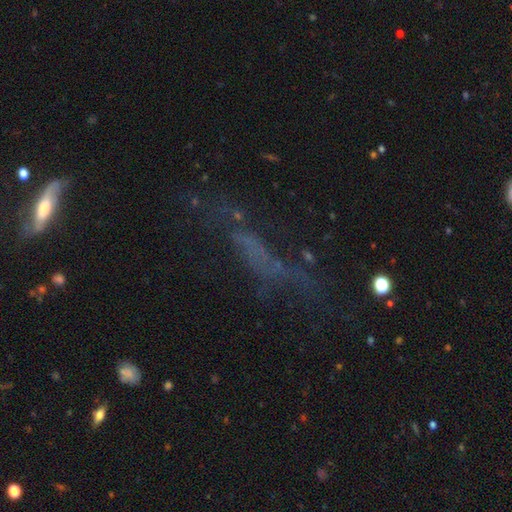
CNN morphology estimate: Smooth or featured?
  - featured or disk: 39% *
  - smooth: 34%
  - star or artifact: 27%
Merging?
  - none: 41% *
  - major disturbance: 32%
  - minor disturbance: 19%
  - merger: 8%